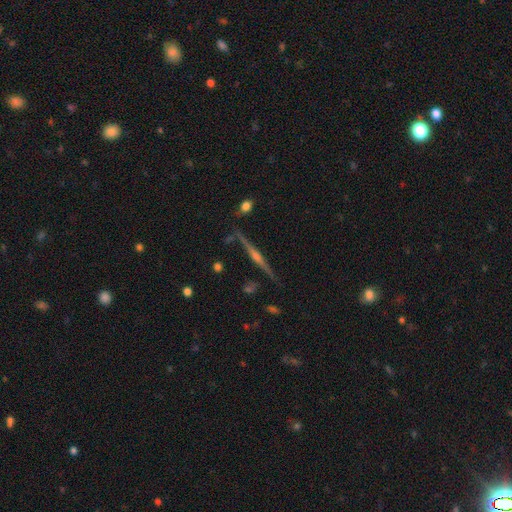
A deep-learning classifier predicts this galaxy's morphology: A featured or disk galaxy (82%) viewed edge-on (98%) with a rounded central bulge (78%).

Vote fractions:
- Smooth or featured? featured or disk: 82% / smooth: 11% / star or artifact: 7%
- Edge-on disk? yes: 98% / no: 2%
- Edge-on bulge? rounded: 78% / none: 12% / boxy: 10%
- Merging? none: 87% / minor disturbance: 9% / merger: 2% / major disturbance: 2%